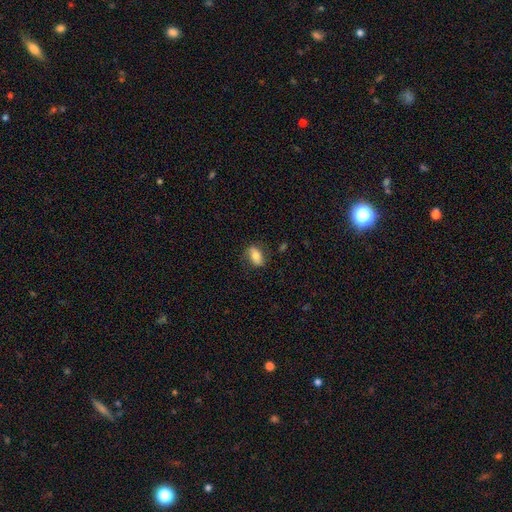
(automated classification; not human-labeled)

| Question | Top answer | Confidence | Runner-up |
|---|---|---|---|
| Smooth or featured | smooth | 70% | featured or disk (22%) |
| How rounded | in between | 86% | round (10%) |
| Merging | none | 76% | minor disturbance (17%) |